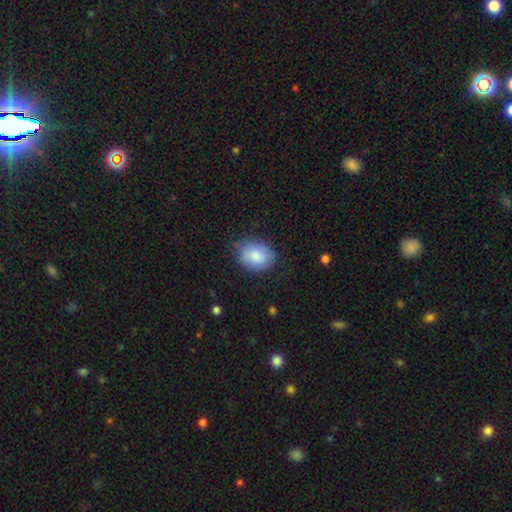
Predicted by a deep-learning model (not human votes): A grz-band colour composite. It shows a smooth galaxy with no disk features (82%) that is in between round and cigar-shaped (57%). Merging: none (74%).